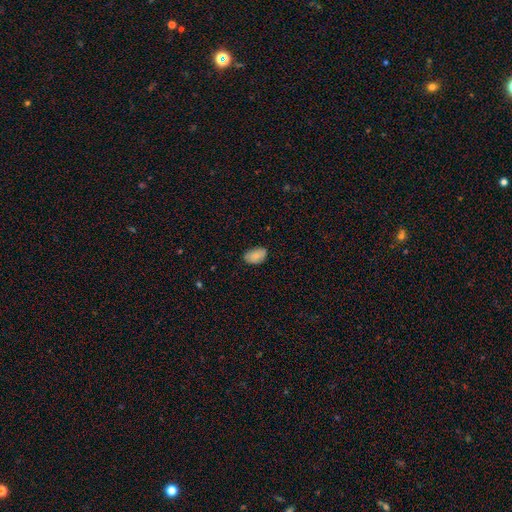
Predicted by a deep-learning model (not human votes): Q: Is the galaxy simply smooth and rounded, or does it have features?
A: smooth — 85%.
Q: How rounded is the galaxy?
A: in between — 92%.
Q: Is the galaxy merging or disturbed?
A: none — 80%.